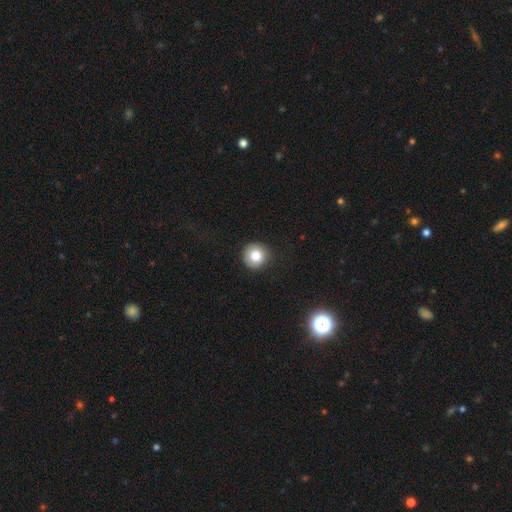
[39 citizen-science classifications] Morphology: type=smooth (90%); roundness=round (97%); merging=none (83%).